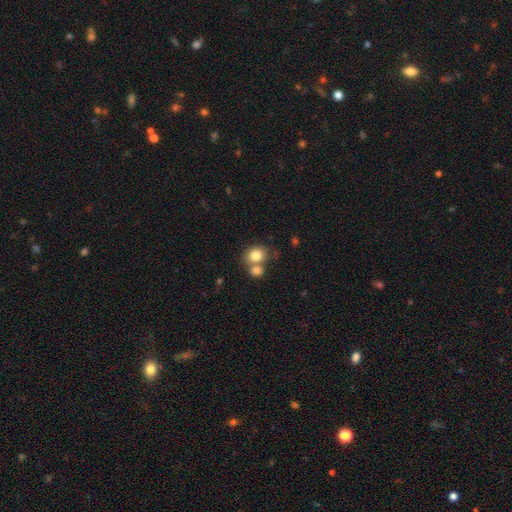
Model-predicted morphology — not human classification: Q: Smooth or featured?
A: smooth (80%); runner-up: featured or disk (11%)
Q: How rounded?
A: round (61%); runner-up: in between (38%)
Q: Merging?
A: merger (45%); runner-up: none (42%)